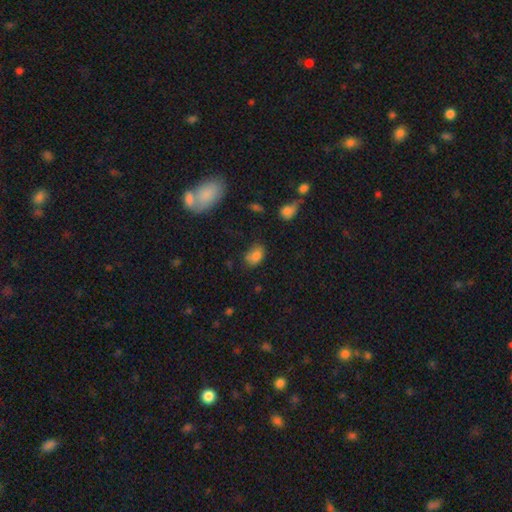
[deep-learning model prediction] This appears to be a smooth galaxy with no disk features (81%) that is in between round and cigar-shaped (84%). Merging: none (67%).